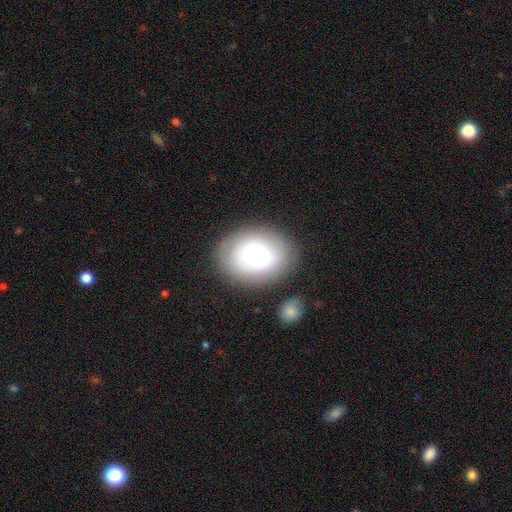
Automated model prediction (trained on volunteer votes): Morphology: type=smooth (69%); roundness=in between (61%); merging=none (78%).